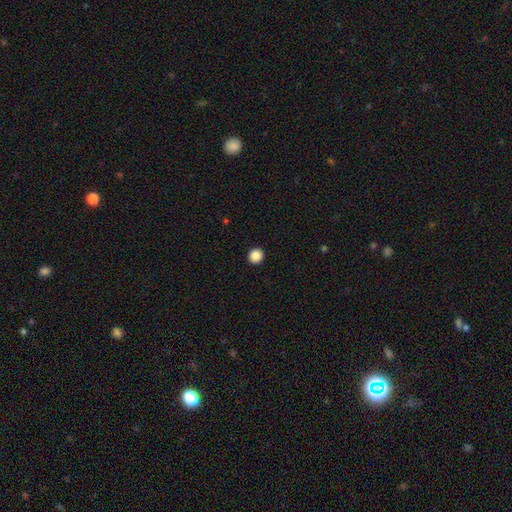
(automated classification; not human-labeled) Smooth or featured?
  - smooth: 88% *
  - star or artifact: 10%
  - featured or disk: 3%
How rounded?
  - round: 94% *
  - in between: 5%
  - cigar-shaped: 1%
Merging?
  - none: 94% *
  - minor disturbance: 4%
  - major disturbance: 1%
  - merger: 1%